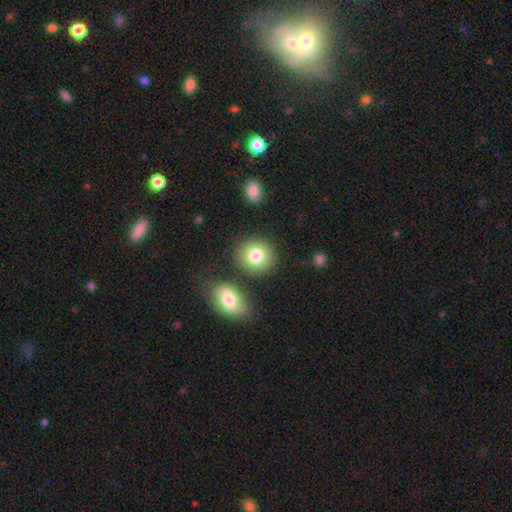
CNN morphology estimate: A smooth galaxy with no disk features (81%) that is round (79%).

Vote fractions:
- Smooth or featured? smooth: 81% / featured or disk: 10% / star or artifact: 9%
- How rounded? round: 79% / in between: 20% / cigar-shaped: 1%
- Merging? none: 79% / minor disturbance: 9% / merger: 8% / major disturbance: 3%